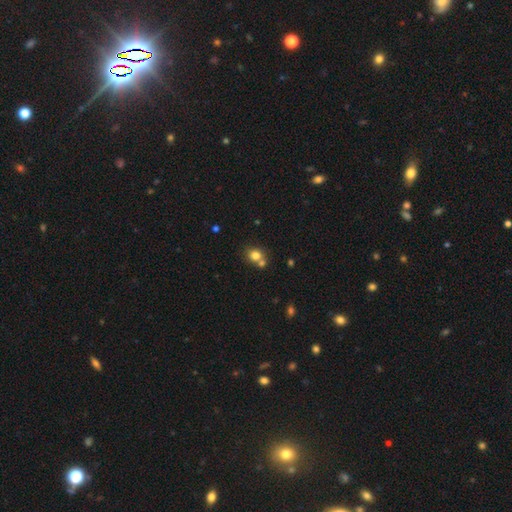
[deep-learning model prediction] Morphology: type=smooth (78%); roundness=round (72%); merging=none (52%).